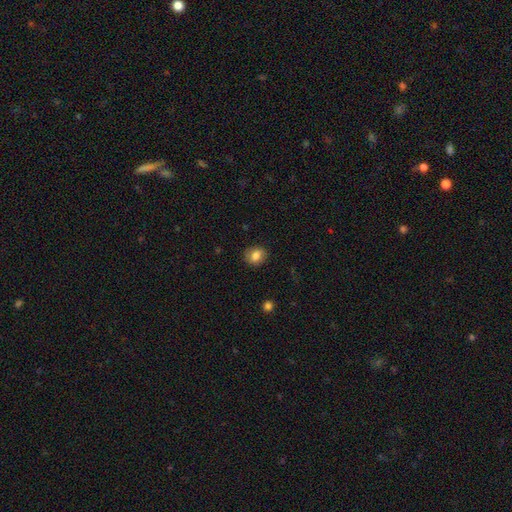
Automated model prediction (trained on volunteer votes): smooth-or-featured: smooth: 82% | star or artifact: 9% | featured or disk: 8%
  how-rounded: round: 56% | in between: 43% | cigar-shaped: 1%
  merging: none: 83% | minor disturbance: 13% | major disturbance: 3% | merger: 1%